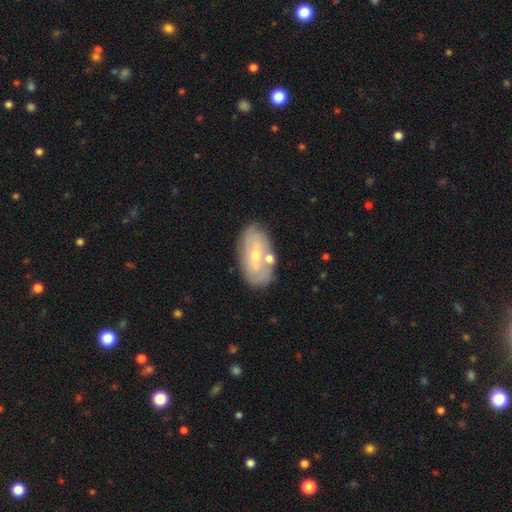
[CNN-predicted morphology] Q: Smooth or featured?
A: featured or disk (53%); runner-up: smooth (39%)
Q: Edge-on disk?
A: no (90%); runner-up: yes (10%)
Q: Merging?
A: none (67%); runner-up: minor disturbance (17%)